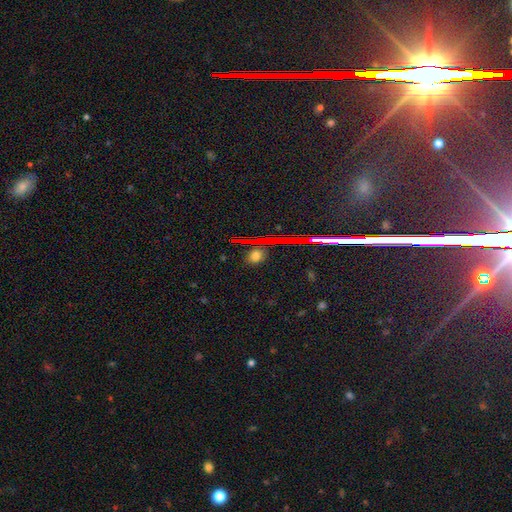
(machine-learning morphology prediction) Smooth or featured? Predicted: smooth (p=0.61). How rounded? Predicted: round (p=0.59). Merging? Predicted: none (p=0.82).